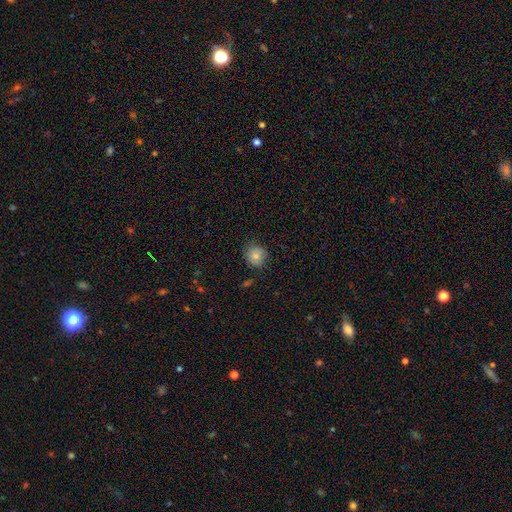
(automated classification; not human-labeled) Smooth or featured?
  - smooth: 79% *
  - featured or disk: 12%
  - star or artifact: 10%
How rounded?
  - round: 86% *
  - in between: 13%
  - cigar-shaped: 1%
Merging?
  - none: 76% *
  - minor disturbance: 19%
  - major disturbance: 4%
  - merger: 1%